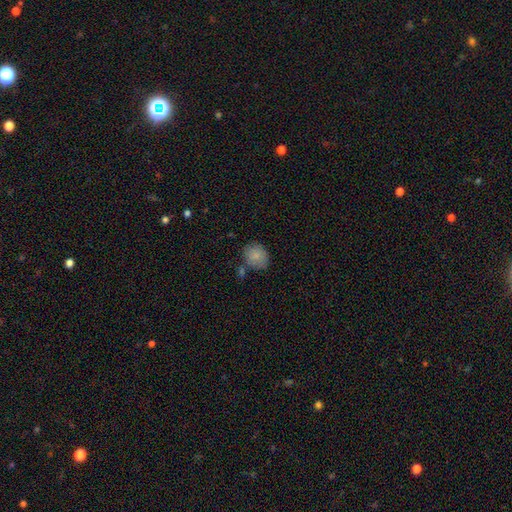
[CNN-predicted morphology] Smooth or featured? smooth (84%)
How rounded? round (57%)
Merging? none (65%)